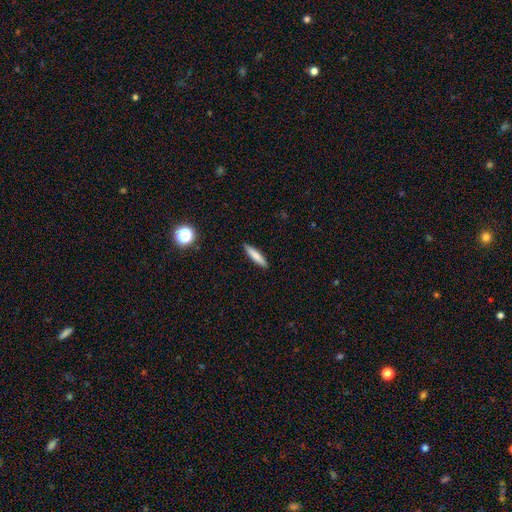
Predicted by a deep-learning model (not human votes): smooth-or-featured: smooth: 78% | featured or disk: 15% | star or artifact: 6%
  how-rounded: cigar-shaped: 86% | in between: 13% | round: 1%
  merging: none: 90% | minor disturbance: 7% | major disturbance: 2% | merger: 1%